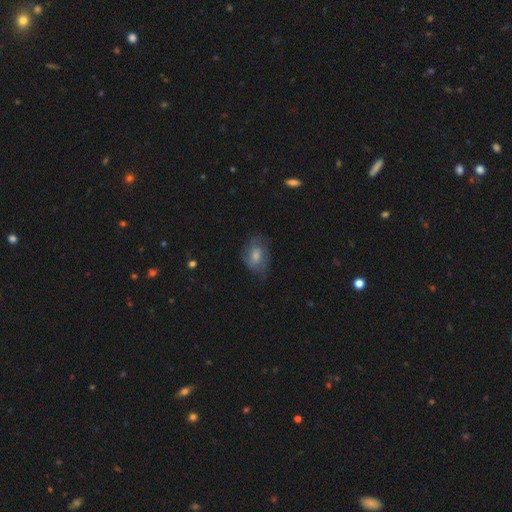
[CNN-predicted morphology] smooth-or-featured: smooth: 54% | featured or disk: 38% | star or artifact: 8%
  how-rounded: in between: 69% | round: 29% | cigar-shaped: 1%
  merging: none: 57% | minor disturbance: 28% | major disturbance: 14% | merger: 1%